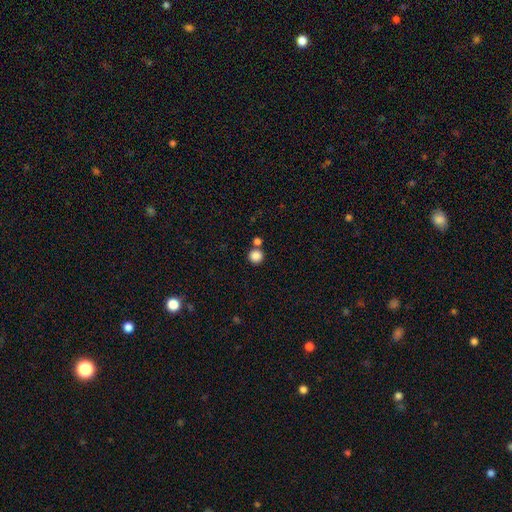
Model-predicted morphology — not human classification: smooth-or-featured: smooth: 85% | star or artifact: 10% | featured or disk: 4%
  how-rounded: round: 92% | in between: 7% | cigar-shaped: 1%
  merging: none: 70% | merger: 20% | minor disturbance: 7% | major disturbance: 3%